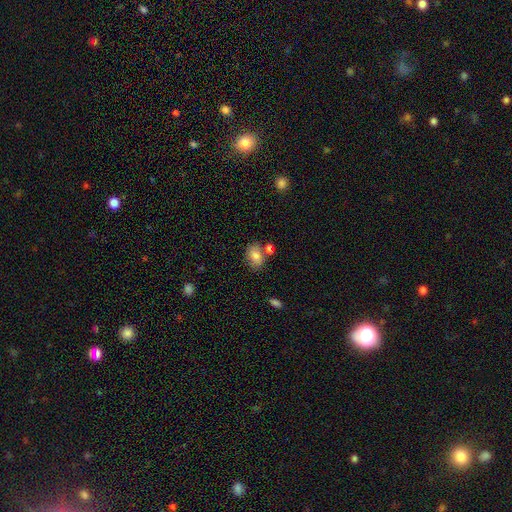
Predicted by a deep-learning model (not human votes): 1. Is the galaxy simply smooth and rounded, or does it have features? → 79% smooth, 12% featured or disk, 9% star or artifact.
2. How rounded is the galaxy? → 78% in between, 20% round, 2% cigar-shaped.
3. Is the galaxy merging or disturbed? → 66% none, 16% minor disturbance, 13% merger, 4% major disturbance.